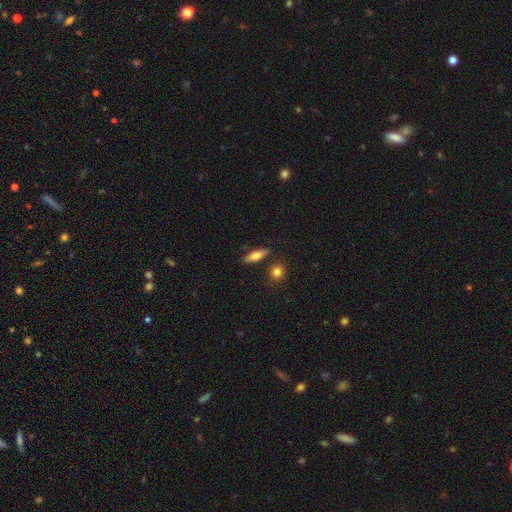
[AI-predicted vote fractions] Q: Smooth or featured?
A: smooth (69%); runner-up: featured or disk (24%)
Q: How rounded?
A: in between (55%); runner-up: cigar-shaped (41%)
Q: Merging?
A: none (80%); runner-up: minor disturbance (11%)